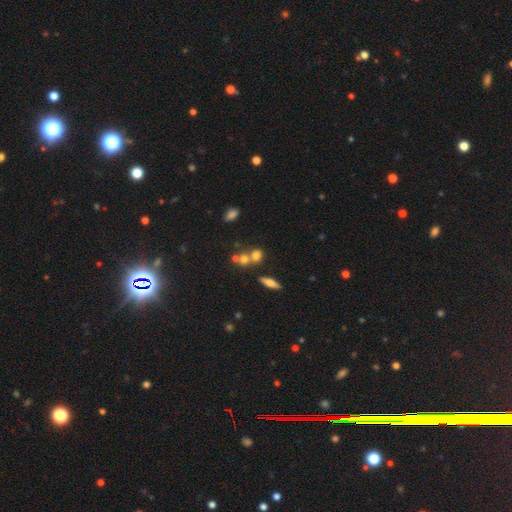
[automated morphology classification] A smooth galaxy with no disk features (66%) that is round (69%). Merging: merger (45%).